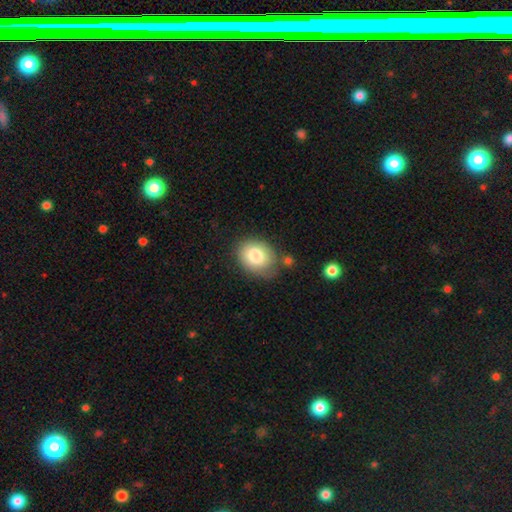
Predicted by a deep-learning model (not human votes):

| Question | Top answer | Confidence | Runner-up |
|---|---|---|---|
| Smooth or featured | smooth | 83% | featured or disk (10%) |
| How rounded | in between | 53% | round (47%) |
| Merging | none | 67% | minor disturbance (21%) |